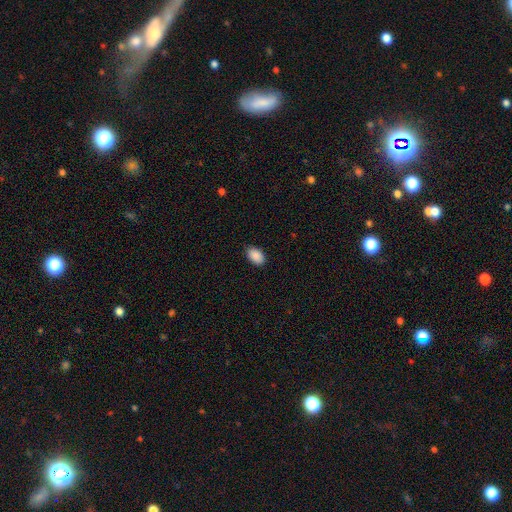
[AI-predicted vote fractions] This is clearly a smooth galaxy (90%). How rounded: clearly in between (90%). Merging: clearly none (87%).